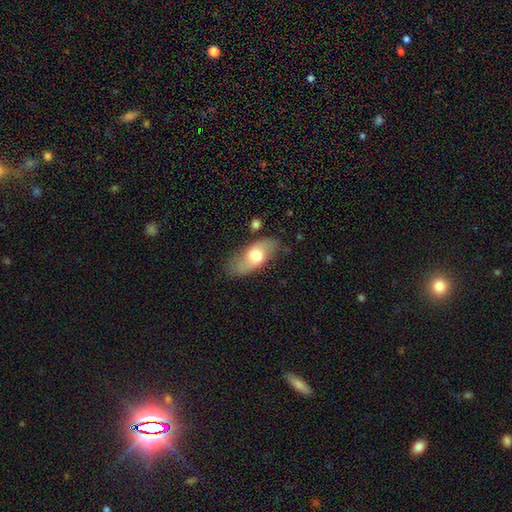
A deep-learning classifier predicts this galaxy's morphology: Smooth or featured? Predicted: smooth (p=0.53). How rounded? Predicted: in between (p=0.84). Merging? Predicted: none (p=0.71).